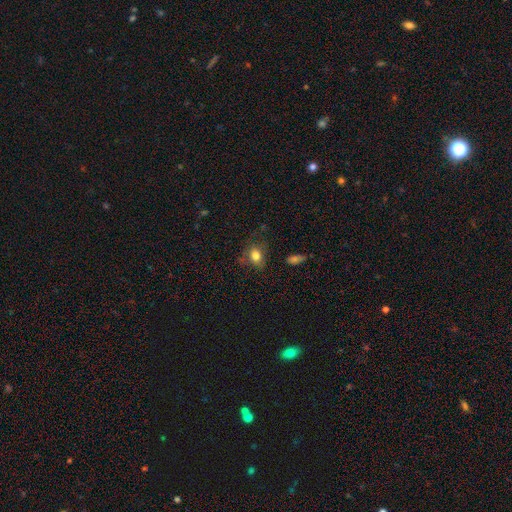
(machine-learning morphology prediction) Smooth or featured? smooth (76%)
How rounded? in between (57%)
Merging? none (60%)